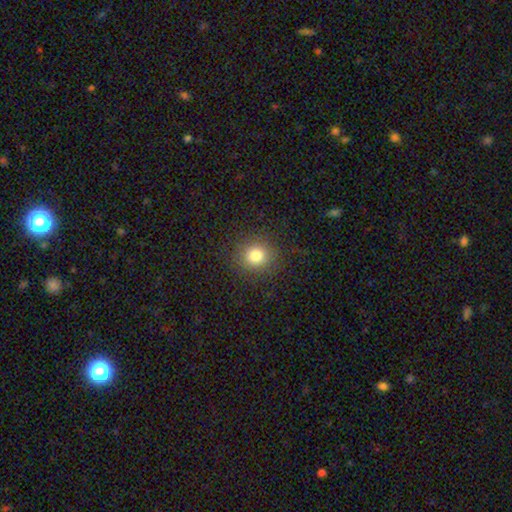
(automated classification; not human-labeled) Smooth or featured: smooth — 79% (star or artifact — 14%)
How rounded: round — 87% (in between — 12%)
Merging: none — 87% (minor disturbance — 8%)